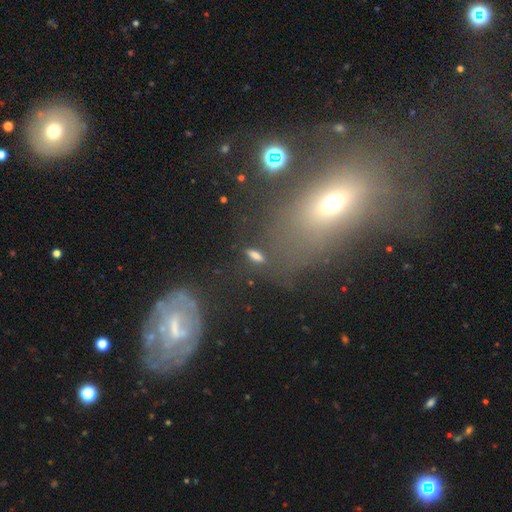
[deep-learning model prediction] smooth_or_featured: smooth (p=0.59) [alt: star or artifact p=0.22]
how_rounded: in between (p=0.54) [alt: cigar-shaped p=0.34]
merging: none (p=0.79) [alt: minor disturbance p=0.11]